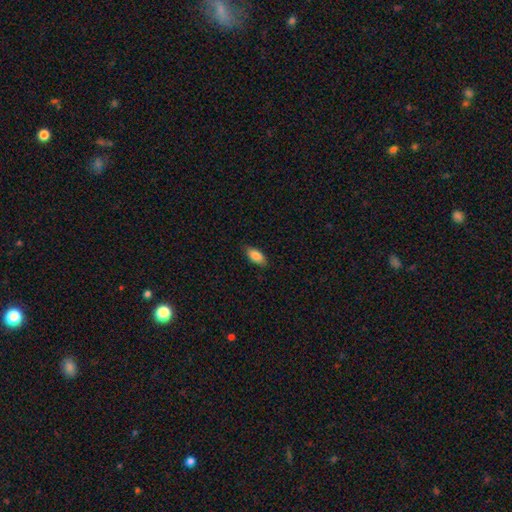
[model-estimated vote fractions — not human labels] Smooth or featured? smooth (86%)
How rounded? in between (88%)
Merging? none (84%)